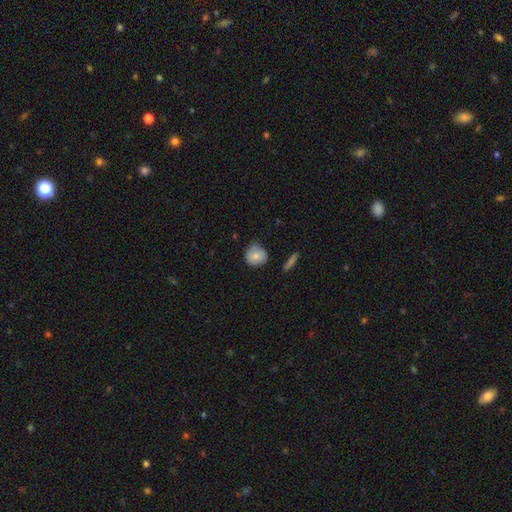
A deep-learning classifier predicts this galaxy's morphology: Smooth or featured? Predicted: smooth (p=0.75). How rounded? Predicted: round (p=0.83). Merging? Predicted: none (p=0.66).